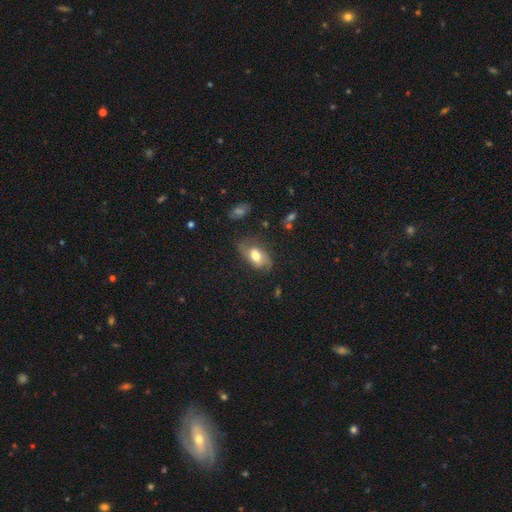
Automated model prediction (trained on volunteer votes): This is possibly a smooth galaxy (51%). How rounded: clearly in between (88%). Merging: possibly none (58%).